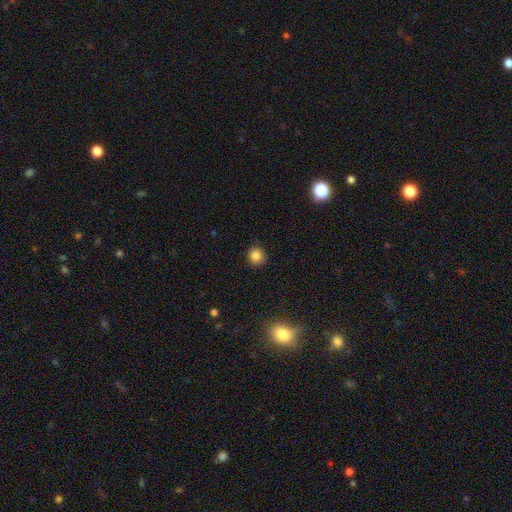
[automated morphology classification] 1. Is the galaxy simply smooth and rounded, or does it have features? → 83% smooth, 11% star or artifact, 5% featured or disk.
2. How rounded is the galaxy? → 90% round, 9% in between, 1% cigar-shaped.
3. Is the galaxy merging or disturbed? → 86% none, 11% minor disturbance, 2% major disturbance, 1% merger.